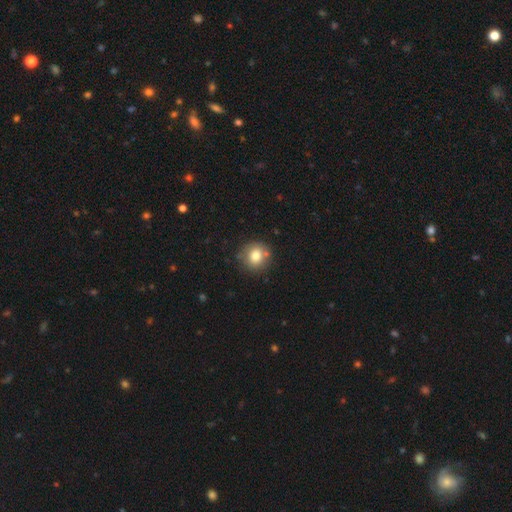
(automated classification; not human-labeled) This is likely a smooth galaxy (79%). How rounded: clearly round (89%). Merging: likely none (79%).